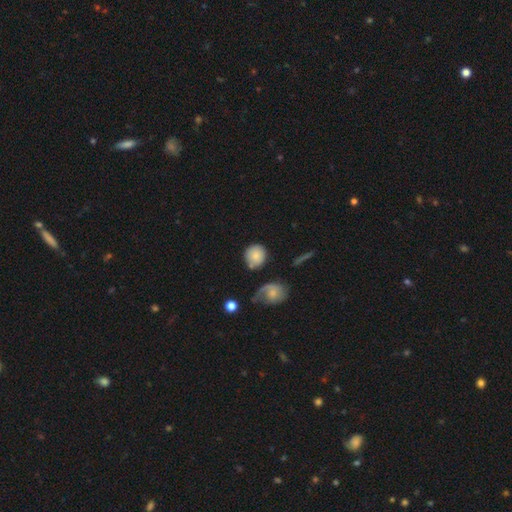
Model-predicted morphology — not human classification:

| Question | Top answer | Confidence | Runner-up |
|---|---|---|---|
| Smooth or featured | smooth | 76% | featured or disk (15%) |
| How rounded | round | 86% | in between (12%) |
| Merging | none | 68% | minor disturbance (17%) |